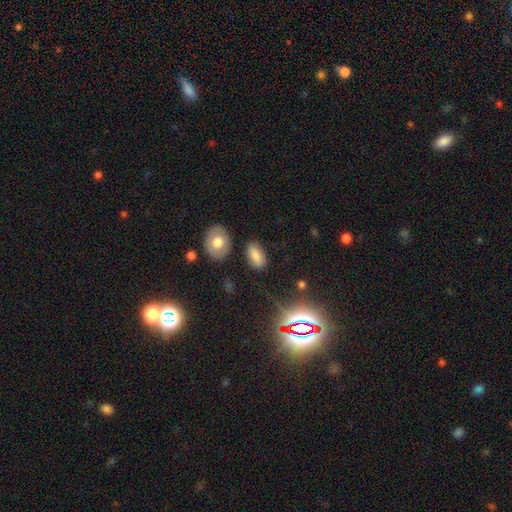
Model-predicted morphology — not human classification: A smooth galaxy with no disk features (77%) that is in between round and cigar-shaped (91%). Merging: none (81%).